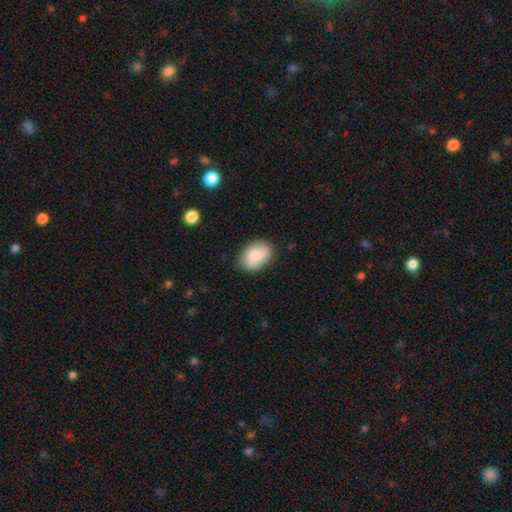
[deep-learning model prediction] Smooth or featured? smooth (76%)
How rounded? in between (78%)
Merging? none (80%)